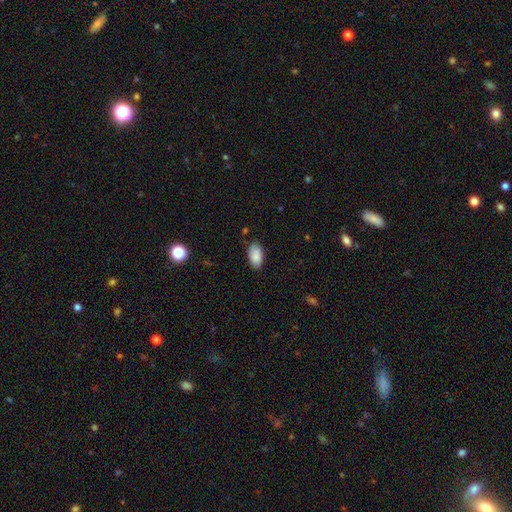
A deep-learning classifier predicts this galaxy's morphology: The model was most divided on "merging": none: 81%, minor disturbance: 15%, major disturbance: 3%, merger: 1%. More confident: how rounded — in between (94%); smooth or featured — smooth (87%).